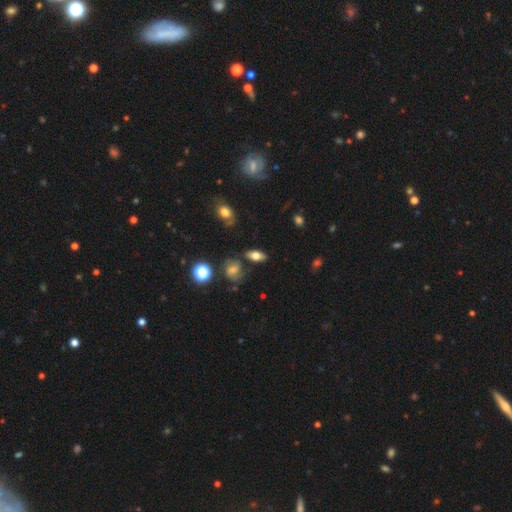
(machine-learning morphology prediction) Smooth or featured? Predicted: smooth (p=0.67). How rounded? Predicted: in between (p=0.80). Merging? Predicted: none (p=0.76).